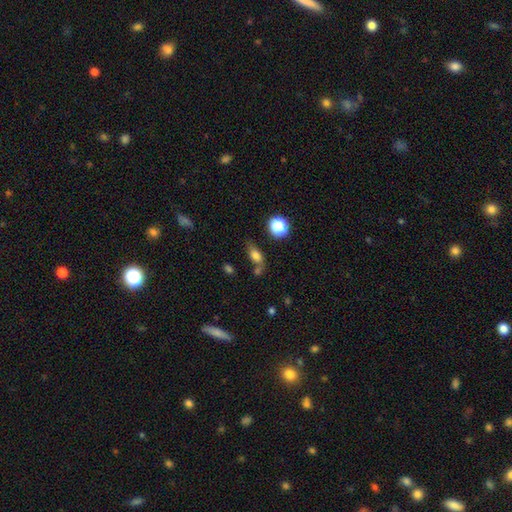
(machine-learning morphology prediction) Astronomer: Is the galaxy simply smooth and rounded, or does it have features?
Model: smooth — 75%.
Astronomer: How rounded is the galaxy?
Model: in between — 77%.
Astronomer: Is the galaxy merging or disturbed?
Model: none — 56%.